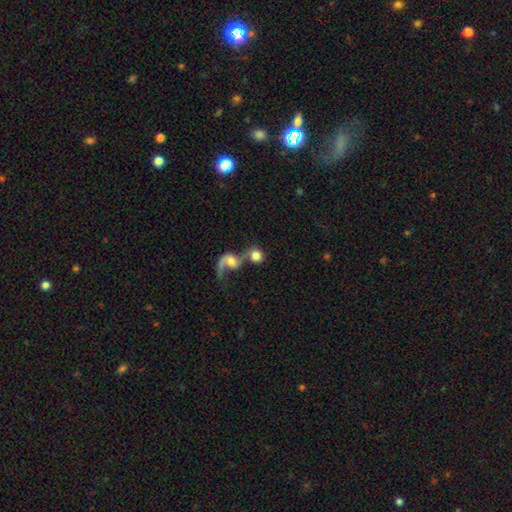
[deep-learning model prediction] smooth-or-featured: smooth: 64% | featured or disk: 28% | star or artifact: 8%
  how-rounded: round: 79% | in between: 19% | cigar-shaped: 2%
  merging: merger: 63% | none: 21% | major disturbance: 9% | minor disturbance: 6%